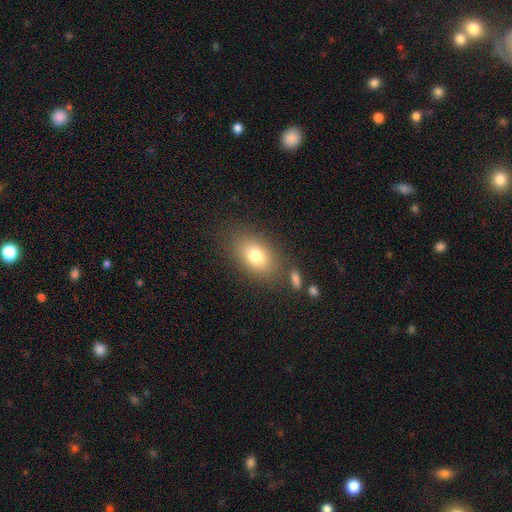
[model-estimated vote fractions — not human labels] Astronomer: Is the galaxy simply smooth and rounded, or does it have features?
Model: smooth — 78%.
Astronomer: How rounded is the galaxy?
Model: in between — 82%.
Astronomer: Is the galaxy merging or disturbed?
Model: none — 78%.